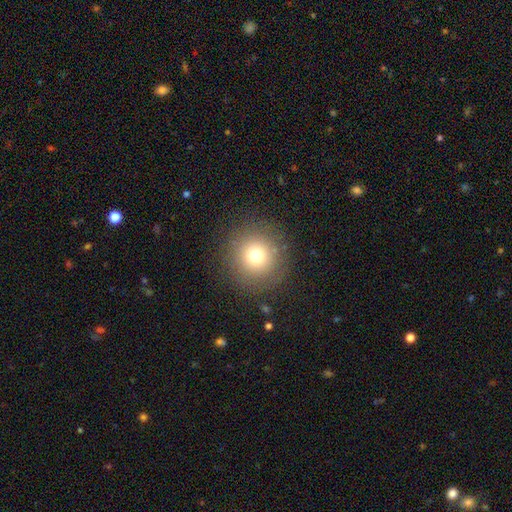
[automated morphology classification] Overall: smooth (73%). How rounded: round (95%). Merging: none (88%).